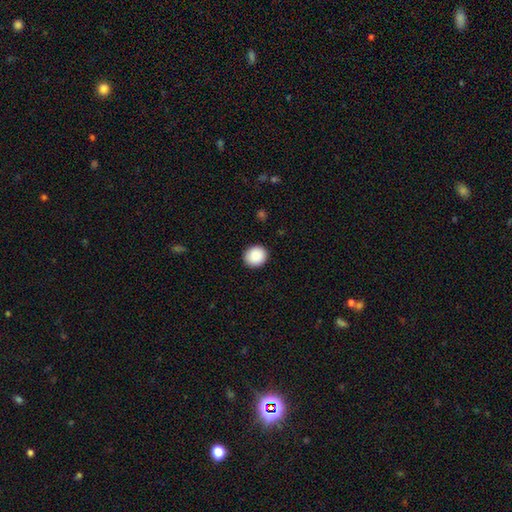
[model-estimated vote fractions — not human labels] Overall: smooth (90%). How rounded: round (87%). Merging: none (91%).